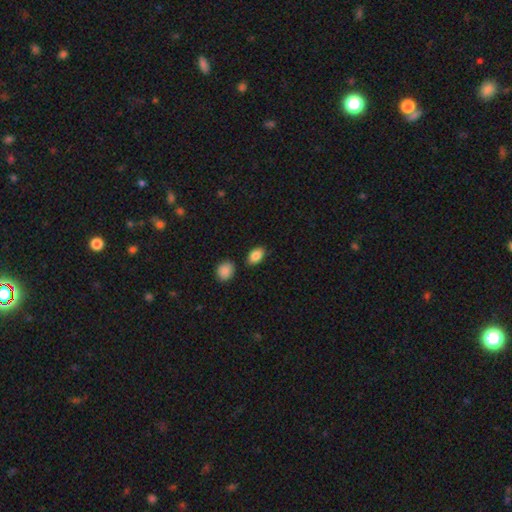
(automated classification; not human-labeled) smooth 86%, star or artifact 8%, featured or disk 6%. Down the decision tree: how rounded — in between (88%); merging — none (82%).